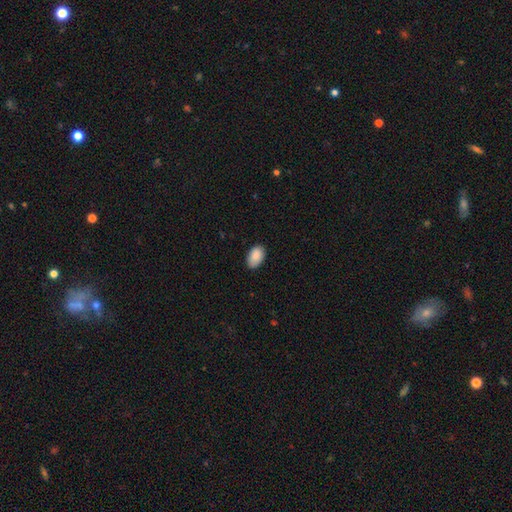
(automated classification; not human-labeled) This appears to be a smooth galaxy with no disk features (89%) that is in between round and cigar-shaped (93%). Merging: none (84%).